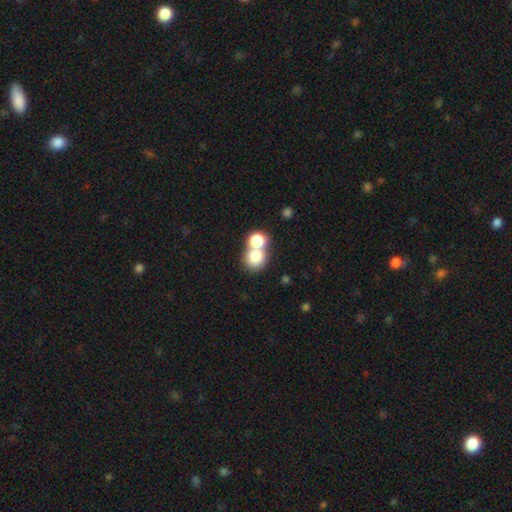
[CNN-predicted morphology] The model was most divided on "merging": merger: 61%, none: 31%, minor disturbance: 5%, major disturbance: 3%. More confident: smooth or featured — smooth (77%); how rounded — round (75%).